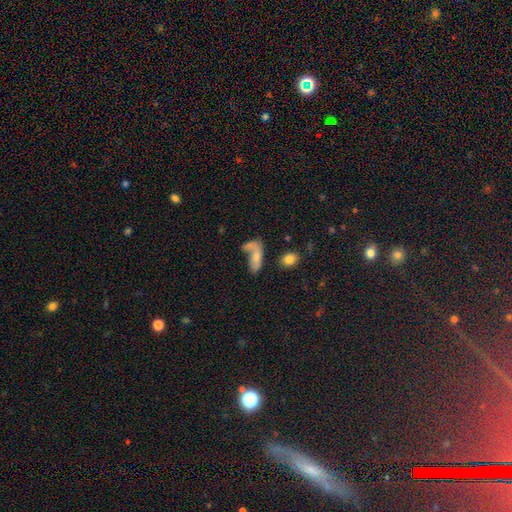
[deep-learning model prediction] A smooth galaxy with no disk features (60%) that is in between round and cigar-shaped (71%).

Vote fractions:
- Smooth or featured? smooth: 60% / featured or disk: 30% / star or artifact: 10%
- How rounded? in between: 71% / cigar-shaped: 23% / round: 6%
- Merging? merger: 31% / none: 30% / major disturbance: 24% / minor disturbance: 15%